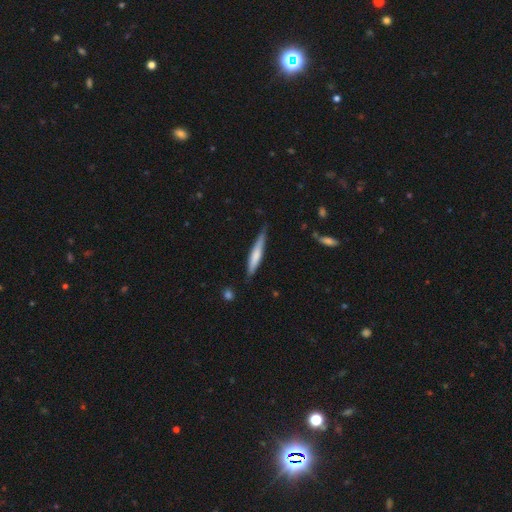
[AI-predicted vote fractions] A smooth galaxy with no disk features (61%) that is cigar-shaped (91%). Merging: none (75%).